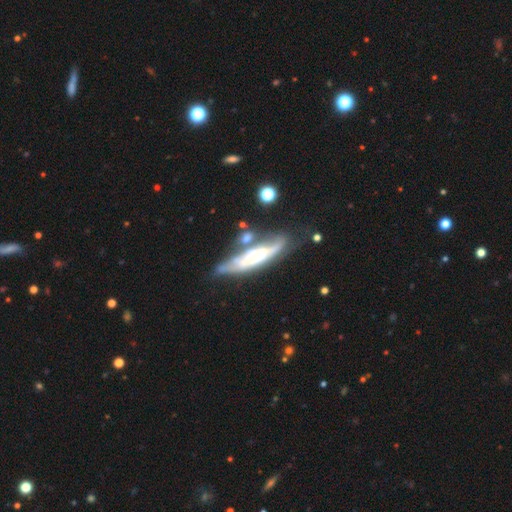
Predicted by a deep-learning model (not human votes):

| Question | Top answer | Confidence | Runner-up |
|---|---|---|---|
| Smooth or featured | featured or disk | 67% | smooth (26%) |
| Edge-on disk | no | 52% | yes (48%) |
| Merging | none | 50% | minor disturbance (24%) |